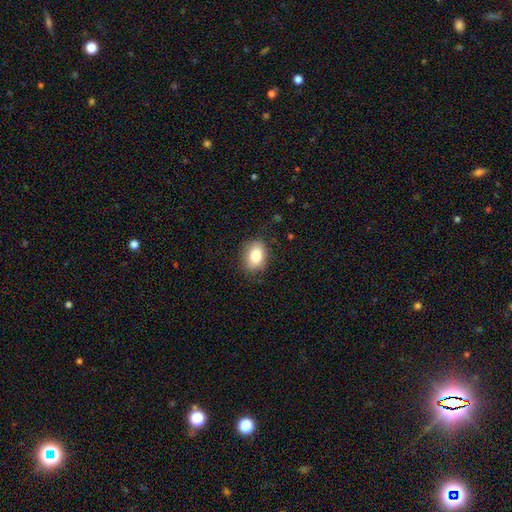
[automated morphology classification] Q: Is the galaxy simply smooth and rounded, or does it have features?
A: smooth — 83%.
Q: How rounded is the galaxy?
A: in between — 75%.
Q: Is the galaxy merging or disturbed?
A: none — 82%.